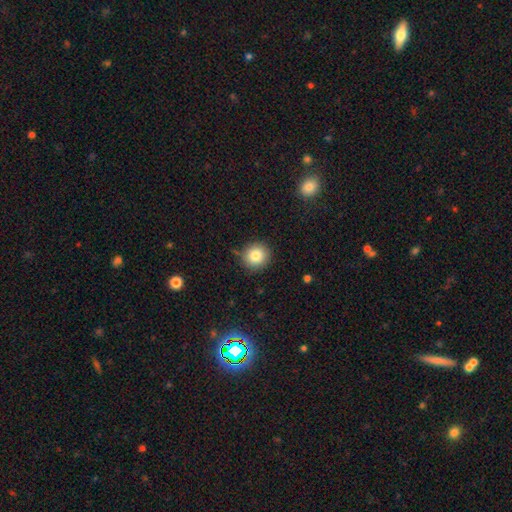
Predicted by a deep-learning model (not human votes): Smooth or featured? smooth (83%)
How rounded? round (90%)
Merging? none (84%)